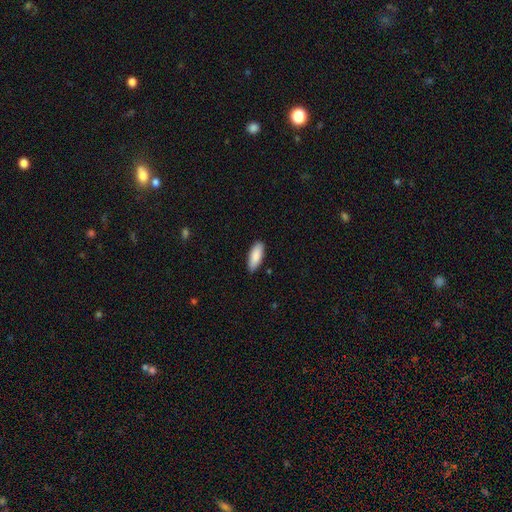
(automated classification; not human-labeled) smooth 88%, featured or disk 6%, star or artifact 5%. Down the decision tree: how rounded — in between (73%); merging — none (88%).